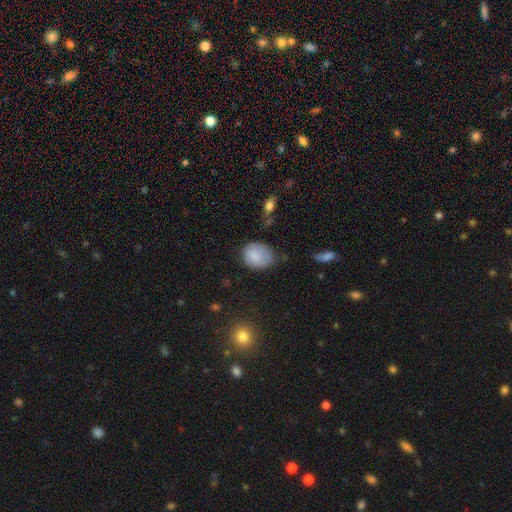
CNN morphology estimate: The model was most divided on "how rounded": in between: 51%, round: 48%, cigar-shaped: 1%. More confident: smooth or featured — smooth (82%); merging — none (56%).